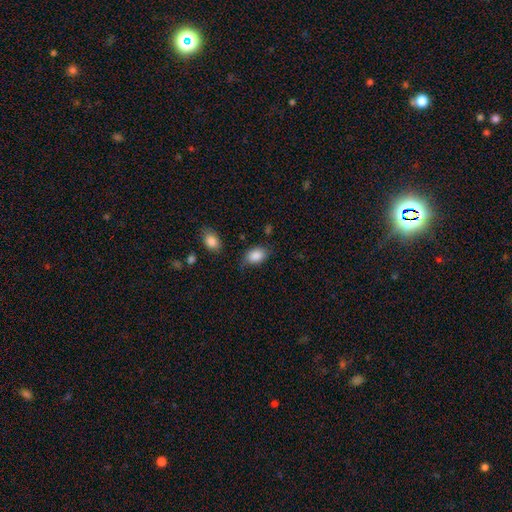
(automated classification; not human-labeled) smooth-or-featured: smooth: 87% | star or artifact: 8% | featured or disk: 6%
  how-rounded: in between: 83% | round: 15% | cigar-shaped: 1%
  merging: none: 67% | minor disturbance: 24% | major disturbance: 6% | merger: 3%